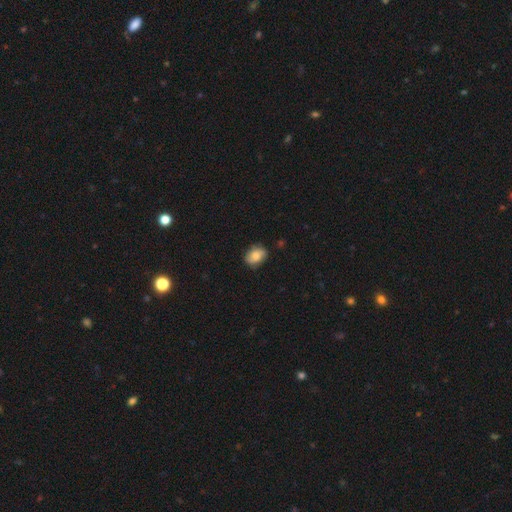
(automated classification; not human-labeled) Smooth or featured? Predicted: smooth (p=0.80). How rounded? Predicted: in between (p=0.71). Merging? Predicted: none (p=0.79).